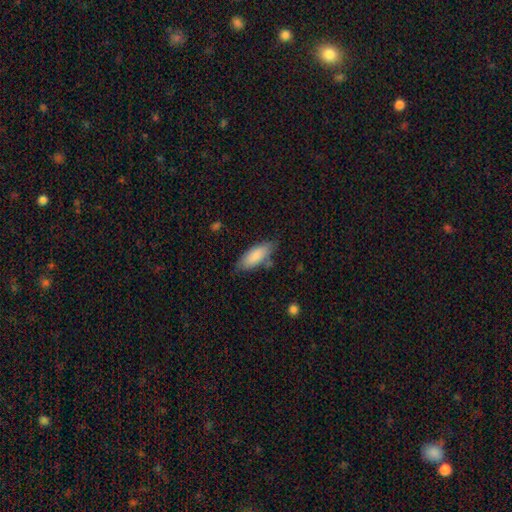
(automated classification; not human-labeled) Overall: smooth (84%). How rounded: in between (76%). Merging: none (71%).